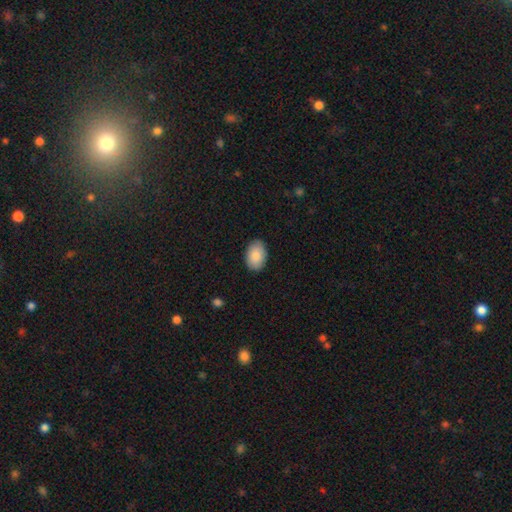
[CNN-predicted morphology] A smooth galaxy with no disk features (88%) that is in between round and cigar-shaped (89%). Merging: none (88%).